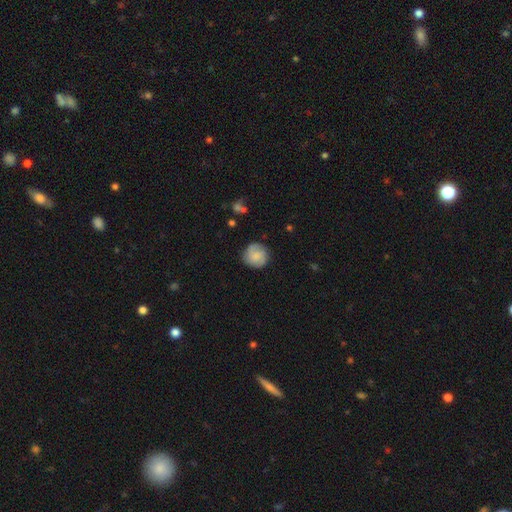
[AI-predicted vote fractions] Smooth or featured: smooth — 59% (featured or disk — 34%)
How rounded: round — 90% (in between — 9%)
Merging: none — 81% (minor disturbance — 14%)